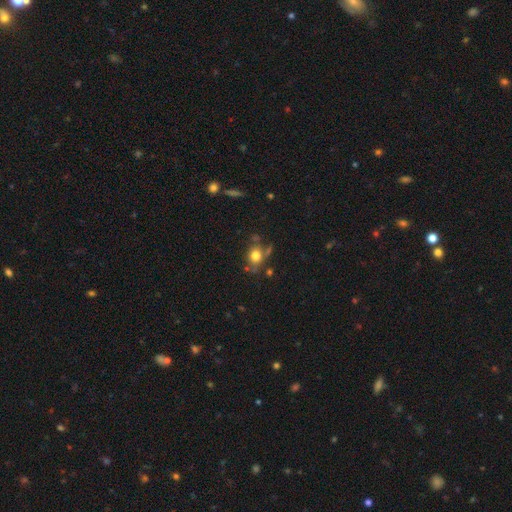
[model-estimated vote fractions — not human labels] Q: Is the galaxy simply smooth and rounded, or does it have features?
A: smooth — 73%.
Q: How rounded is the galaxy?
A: round — 68%.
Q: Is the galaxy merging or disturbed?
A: none — 60%.